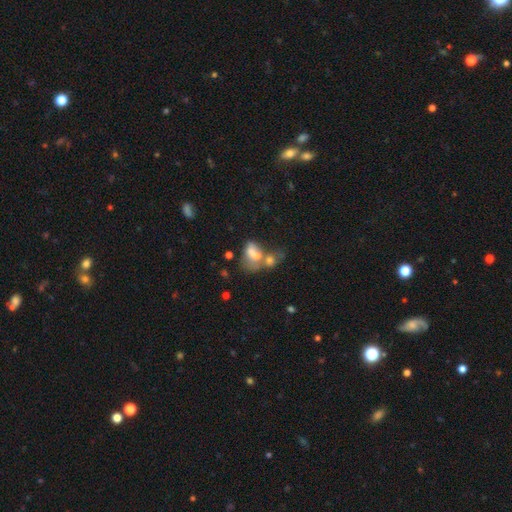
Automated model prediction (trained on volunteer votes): A smooth galaxy with no disk features (62%) that is in between round and cigar-shaped (81%).

Vote fractions:
- Smooth or featured? smooth: 62% / featured or disk: 26% / star or artifact: 12%
- How rounded? in between: 81% / round: 16% / cigar-shaped: 3%
- Merging? merger: 58% / major disturbance: 16% / none: 15% / minor disturbance: 10%